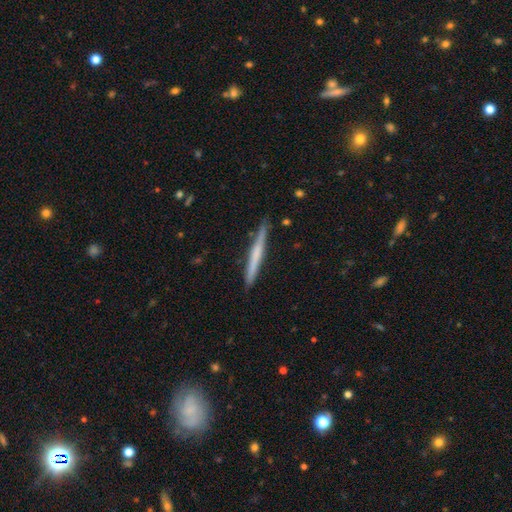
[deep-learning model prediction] smooth_or_featured: featured or disk (p=0.48) [alt: smooth p=0.47]
merging: none (p=0.89) [alt: minor disturbance p=0.08]